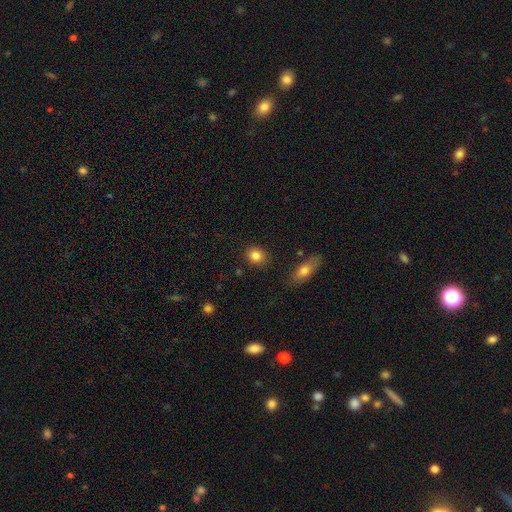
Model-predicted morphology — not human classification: smooth_or_featured: smooth (p=0.85) [alt: star or artifact p=0.09]
how_rounded: round (p=0.65) [alt: in between p=0.34]
merging: none (p=0.86) [alt: minor disturbance p=0.09]